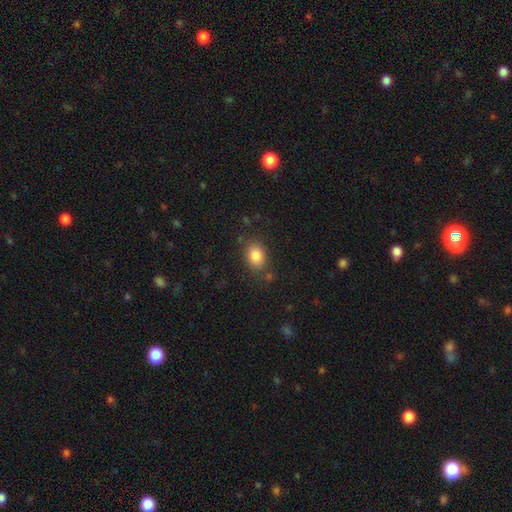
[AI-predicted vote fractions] smooth-or-featured: smooth: 84% | star or artifact: 9% | featured or disk: 7%
  how-rounded: in between: 71% | round: 28% | cigar-shaped: 1%
  merging: none: 79% | minor disturbance: 13% | major disturbance: 4% | merger: 3%